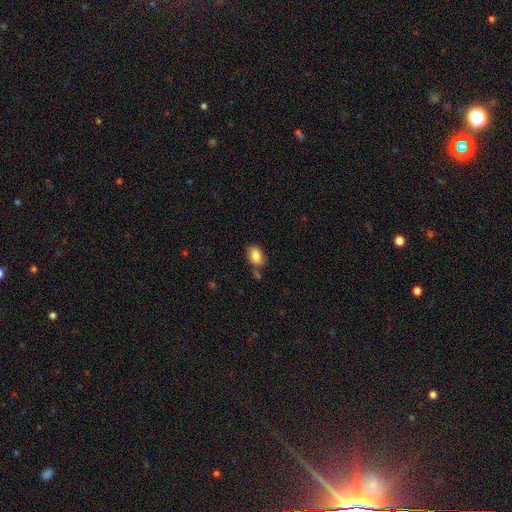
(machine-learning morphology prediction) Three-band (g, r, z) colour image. It shows a smooth galaxy with no disk features (85%) that is in between round and cigar-shaped (80%). Merging: none (68%).